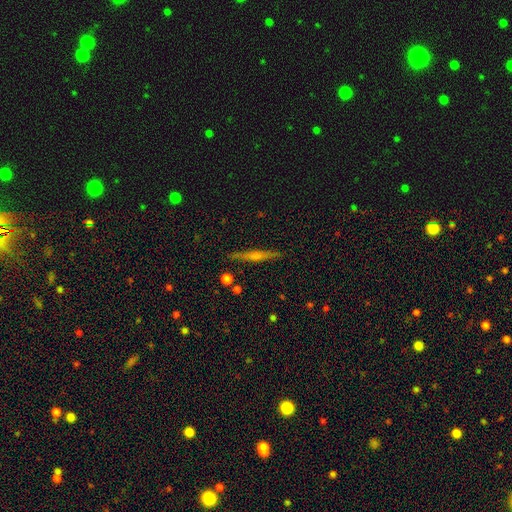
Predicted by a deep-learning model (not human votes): The model was most divided on "smooth or featured": featured or disk: 67%, smooth: 25%, star or artifact: 8%. More confident: edge-on disk — yes (98%); merging — none (90%); edge-on bulge — rounded (69%).